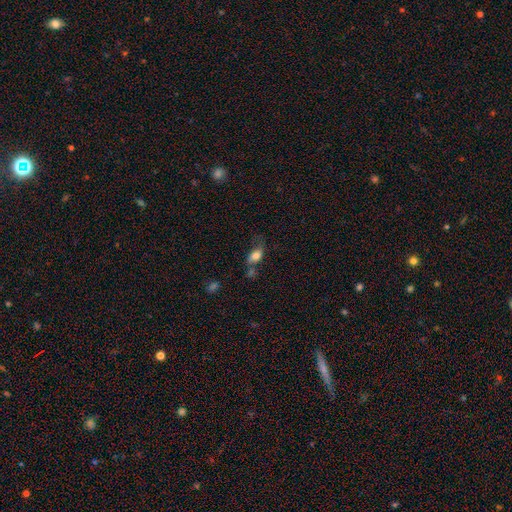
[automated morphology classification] Smooth or featured: smooth — 71% (featured or disk — 19%)
How rounded: in between — 82% (round — 13%)
Merging: none — 38% (minor disturbance — 25%)